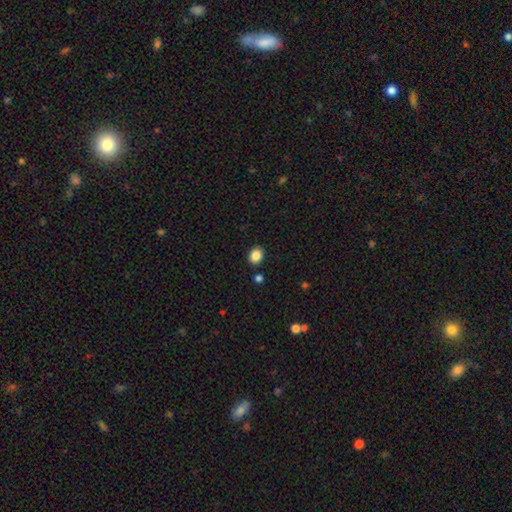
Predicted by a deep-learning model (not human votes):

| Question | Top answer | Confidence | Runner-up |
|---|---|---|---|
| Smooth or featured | smooth | 86% | star or artifact (10%) |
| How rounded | round | 54% | in between (45%) |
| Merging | none | 89% | minor disturbance (7%) |